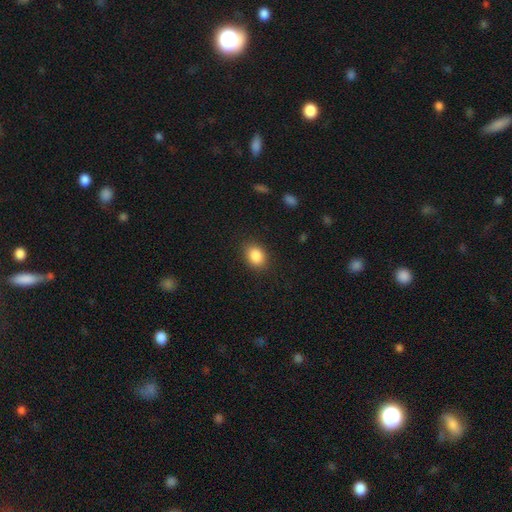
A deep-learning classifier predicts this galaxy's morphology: Smooth or featured? smooth (87%)
How rounded? in between (63%)
Merging? none (86%)